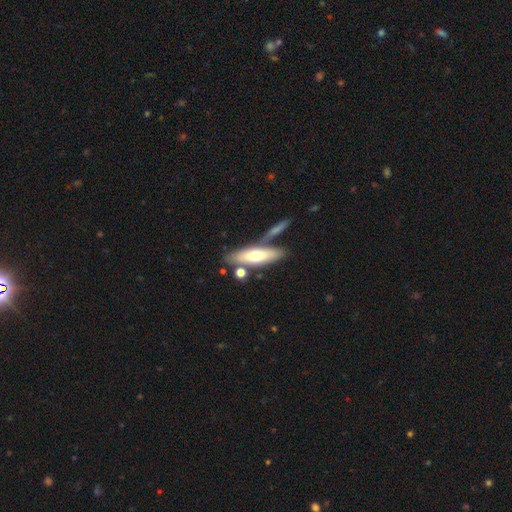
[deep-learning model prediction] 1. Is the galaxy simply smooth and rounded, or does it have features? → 55% smooth, 39% featured or disk, 6% star or artifact.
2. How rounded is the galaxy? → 55% cigar-shaped, 43% in between, 2% round.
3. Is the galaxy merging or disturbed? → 63% none, 19% merger, 14% minor disturbance, 5% major disturbance.